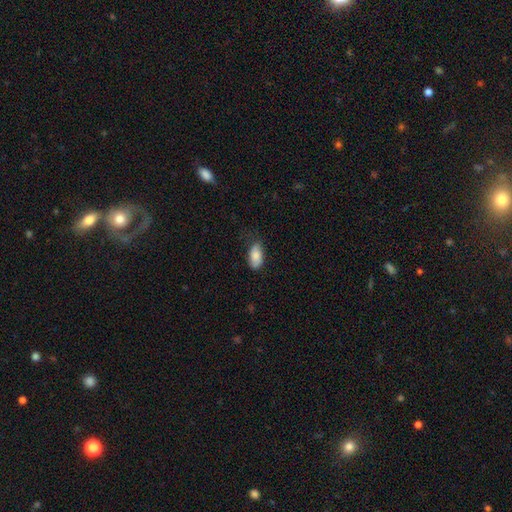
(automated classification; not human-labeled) Smooth or featured?
  - smooth: 82% *
  - featured or disk: 12%
  - star or artifact: 6%
How rounded?
  - in between: 92% *
  - cigar-shaped: 5%
  - round: 3%
Merging?
  - none: 65% *
  - minor disturbance: 27%
  - major disturbance: 6%
  - merger: 1%